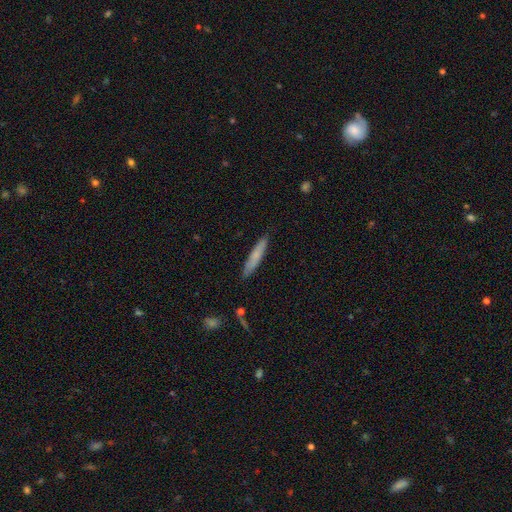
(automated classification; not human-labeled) Q: Smooth or featured?
A: smooth (70%); runner-up: featured or disk (24%)
Q: How rounded?
A: cigar-shaped (92%); runner-up: in between (7%)
Q: Merging?
A: none (87%); runner-up: minor disturbance (10%)